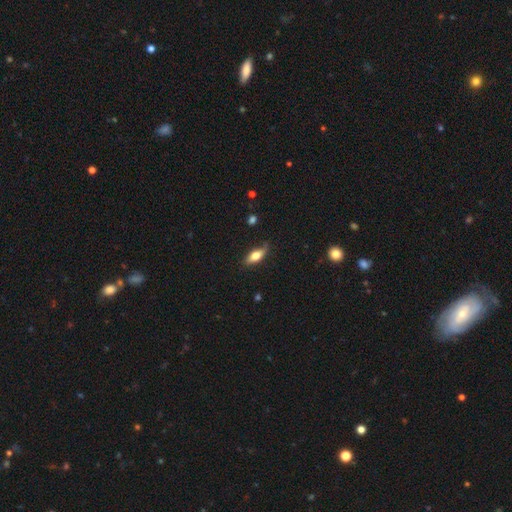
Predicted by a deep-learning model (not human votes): A smooth galaxy with no disk features (62%) that is in between round and cigar-shaped (67%).

Vote fractions:
- Smooth or featured? smooth: 62% / featured or disk: 31% / star or artifact: 7%
- How rounded? in between: 67% / cigar-shaped: 29% / round: 3%
- Merging? none: 72% / minor disturbance: 22% / major disturbance: 4% / merger: 2%